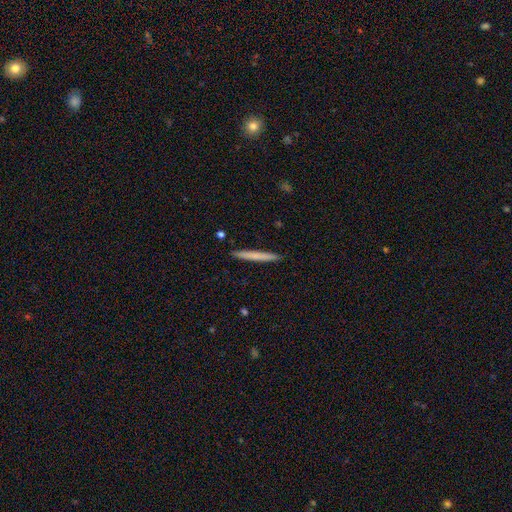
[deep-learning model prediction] Morphology: type=smooth (69%); roundness=cigar-shaped (97%); merging=none (92%).